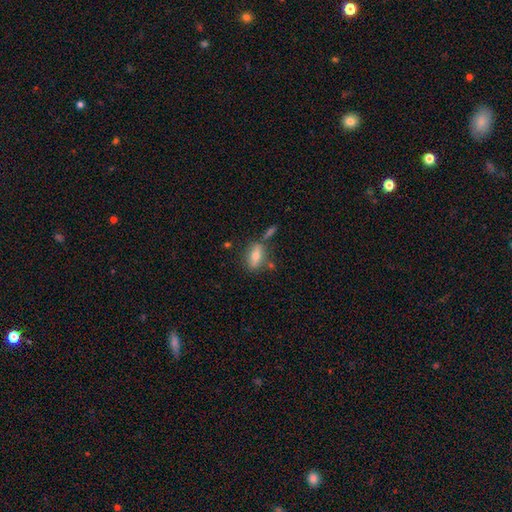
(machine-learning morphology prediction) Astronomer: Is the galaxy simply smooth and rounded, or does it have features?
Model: smooth — 61%.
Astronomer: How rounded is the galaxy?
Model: in between — 71%.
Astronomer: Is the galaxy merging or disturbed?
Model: none — 66%.